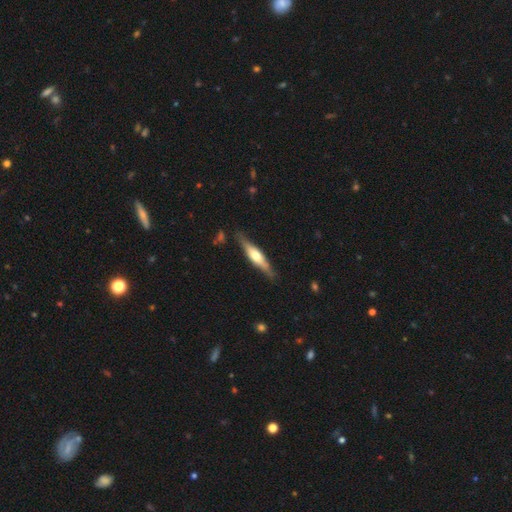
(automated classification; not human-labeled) Smooth or featured? featured or disk (61%)
Edge-on disk? yes (94%)
Edge-on bulge? rounded (83%)
Merging? none (83%)